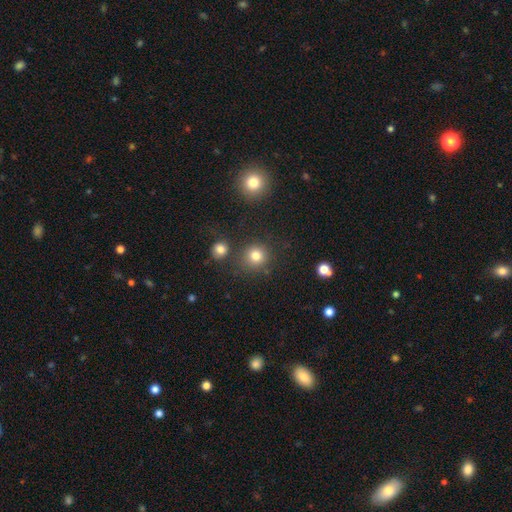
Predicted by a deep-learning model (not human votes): This is clearly a smooth galaxy (80%). How rounded: clearly round (91%). Merging: clearly none (81%).